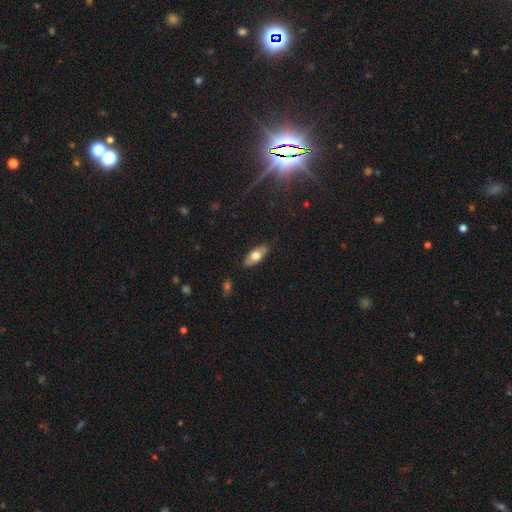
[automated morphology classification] The model was most divided on "smooth or featured": smooth: 64%, featured or disk: 30%, star or artifact: 6%. More confident: merging — none (86%); how rounded — in between (80%).